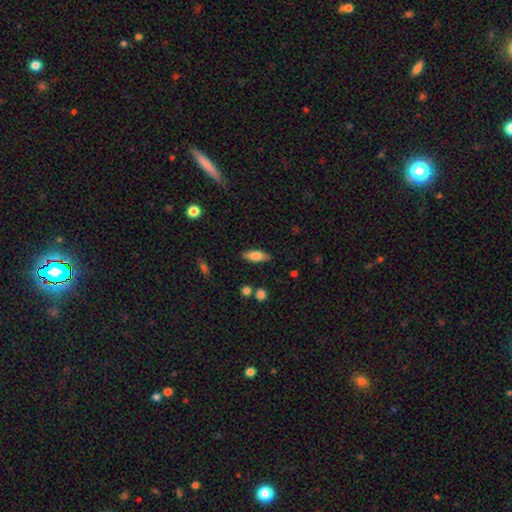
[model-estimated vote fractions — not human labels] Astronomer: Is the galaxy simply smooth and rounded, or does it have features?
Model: smooth — 73%.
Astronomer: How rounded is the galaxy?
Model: in between — 72%.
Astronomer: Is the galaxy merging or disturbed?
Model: none — 85%.